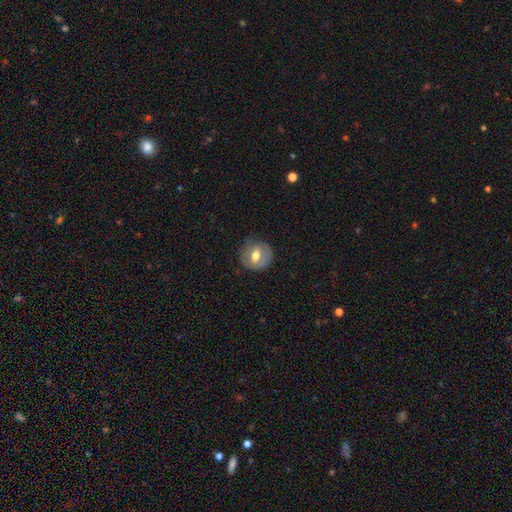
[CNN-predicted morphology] A smooth galaxy with no disk features (54%) that is round (83%).

Vote fractions:
- Smooth or featured? smooth: 54% / featured or disk: 39% / star or artifact: 7%
- How rounded? round: 83% / in between: 16% / cigar-shaped: 1%
- Merging? none: 75% / minor disturbance: 18% / major disturbance: 6% / merger: 1%